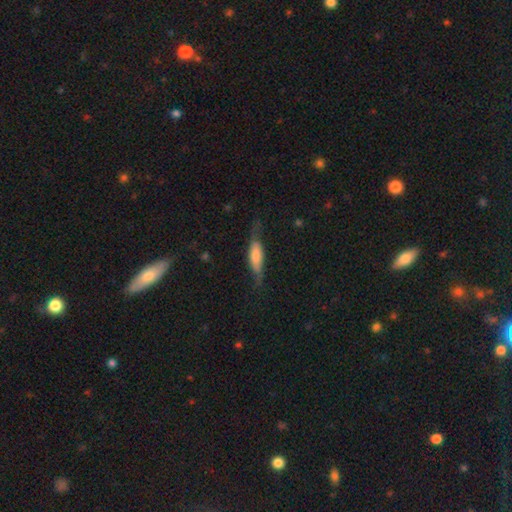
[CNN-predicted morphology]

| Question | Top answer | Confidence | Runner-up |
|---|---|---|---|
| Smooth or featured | smooth | 56% | featured or disk (37%) |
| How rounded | cigar-shaped | 54% | in between (44%) |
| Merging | none | 60% | minor disturbance (26%) |